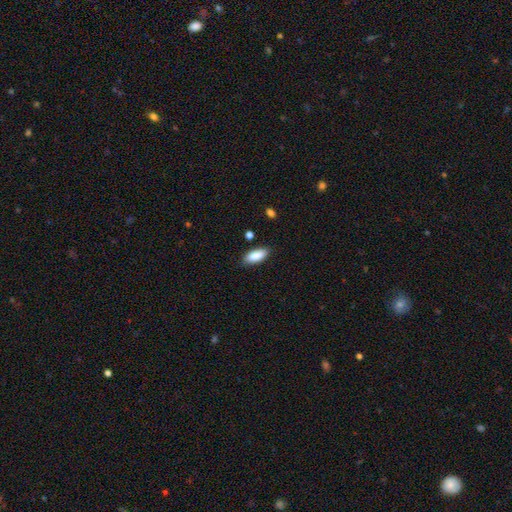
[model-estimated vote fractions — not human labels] smooth-or-featured: smooth: 88% | star or artifact: 7% | featured or disk: 5%
  how-rounded: in between: 83% | cigar-shaped: 15% | round: 2%
  merging: none: 83% | minor disturbance: 13% | major disturbance: 3% | merger: 2%